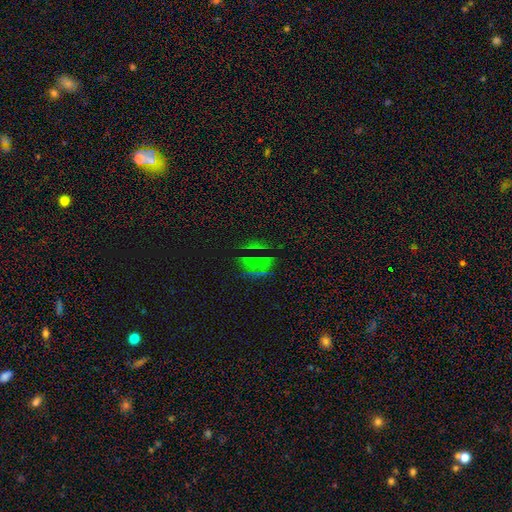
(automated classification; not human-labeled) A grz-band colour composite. It shows a star or artifact, not a galaxy (47%).